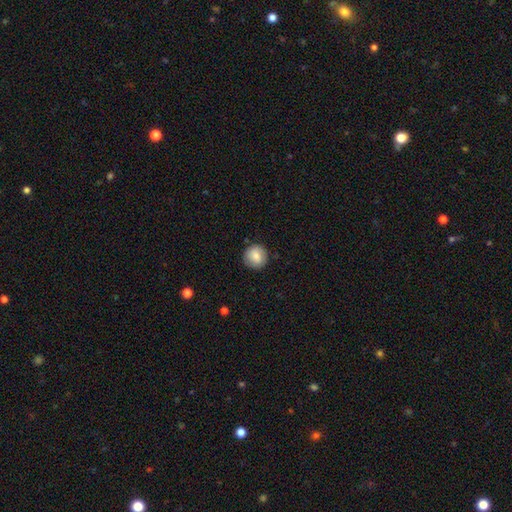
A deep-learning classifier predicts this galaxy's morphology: smooth_or_featured: smooth (p=0.81) [alt: featured or disk p=0.12]
how_rounded: round (p=0.93) [alt: in between p=0.06]
merging: none (p=0.86) [alt: minor disturbance p=0.10]